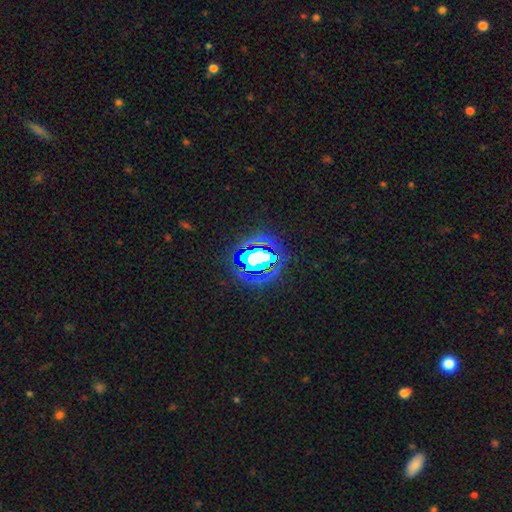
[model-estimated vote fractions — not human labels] star or artifact 61%, smooth 23%, featured or disk 16%.